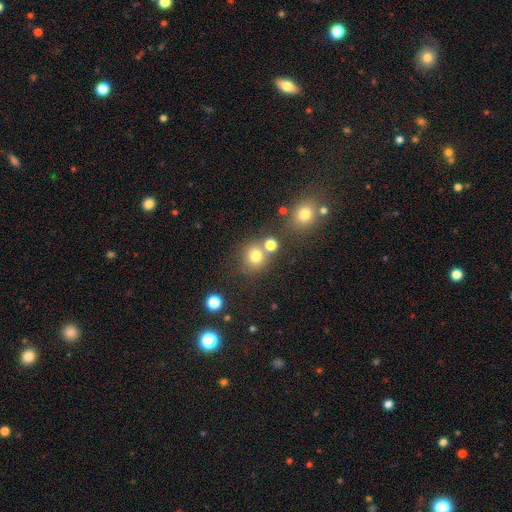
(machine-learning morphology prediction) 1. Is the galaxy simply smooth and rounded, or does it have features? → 77% smooth, 15% star or artifact, 8% featured or disk.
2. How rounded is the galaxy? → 87% round, 12% in between, 1% cigar-shaped.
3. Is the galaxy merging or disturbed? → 66% none, 20% merger, 10% minor disturbance, 4% major disturbance.